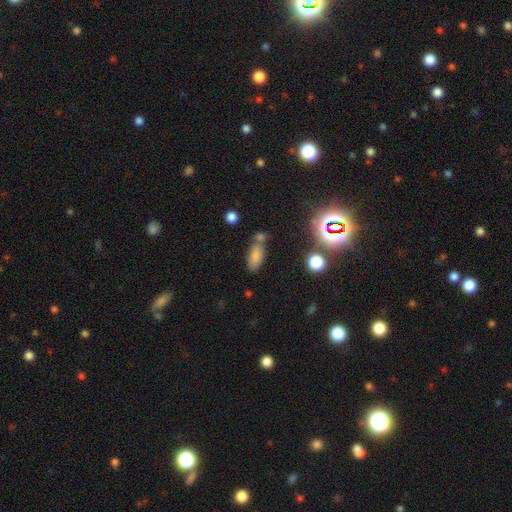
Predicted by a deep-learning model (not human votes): smooth 78%, star or artifact 13%, featured or disk 9%. Down the decision tree: how rounded — in between (82%); merging — none (55%).